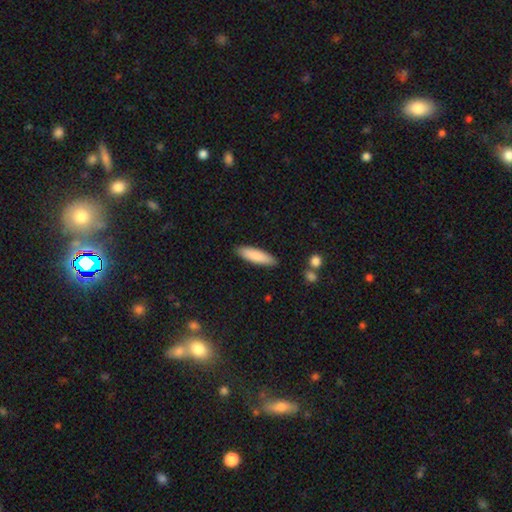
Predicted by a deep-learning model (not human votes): Q: Smooth or featured?
A: smooth (86%); runner-up: featured or disk (9%)
Q: How rounded?
A: cigar-shaped (64%); runner-up: in between (35%)
Q: Merging?
A: none (88%); runner-up: minor disturbance (8%)